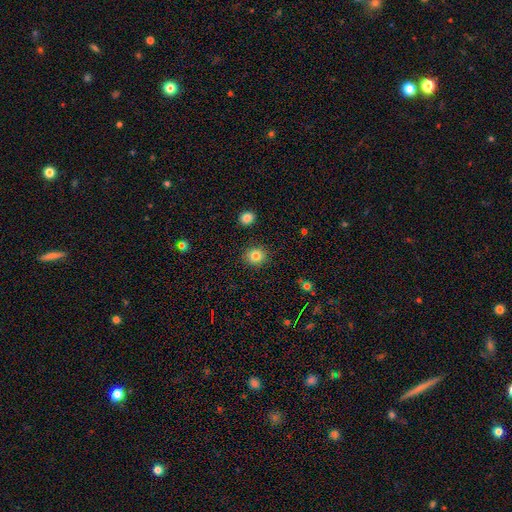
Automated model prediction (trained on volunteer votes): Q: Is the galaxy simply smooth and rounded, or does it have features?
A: smooth — 84%.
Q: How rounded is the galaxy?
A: round — 82%.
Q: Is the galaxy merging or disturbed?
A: none — 89%.